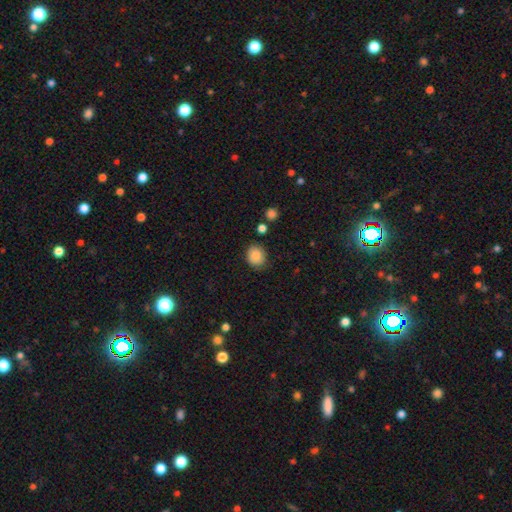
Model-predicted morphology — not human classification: Q: Smooth or featured?
A: smooth (87%); runner-up: star or artifact (9%)
Q: How rounded?
A: round (63%); runner-up: in between (36%)
Q: Merging?
A: none (80%); runner-up: minor disturbance (14%)